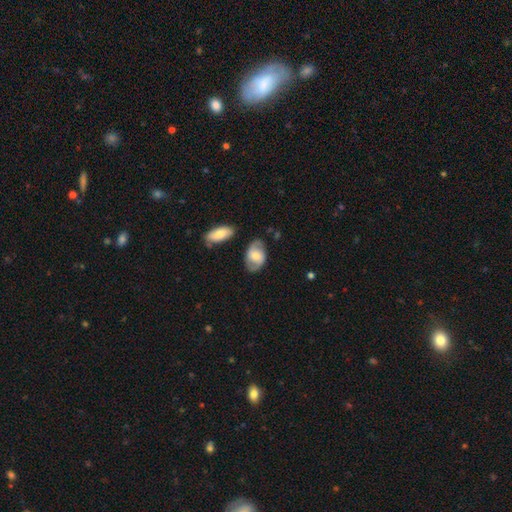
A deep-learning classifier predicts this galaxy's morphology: The model was most divided on "smooth or featured" (2-way tie): featured or disk: 47%, smooth: 47%, star or artifact: 6%. More confident: merging — none (72%).